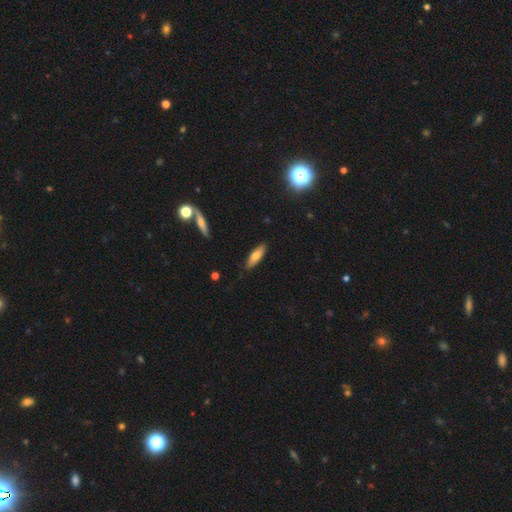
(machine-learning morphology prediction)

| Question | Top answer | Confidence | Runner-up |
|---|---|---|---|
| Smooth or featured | smooth | 73% | featured or disk (21%) |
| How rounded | cigar-shaped | 51% | in between (47%) |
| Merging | none | 87% | minor disturbance (10%) |